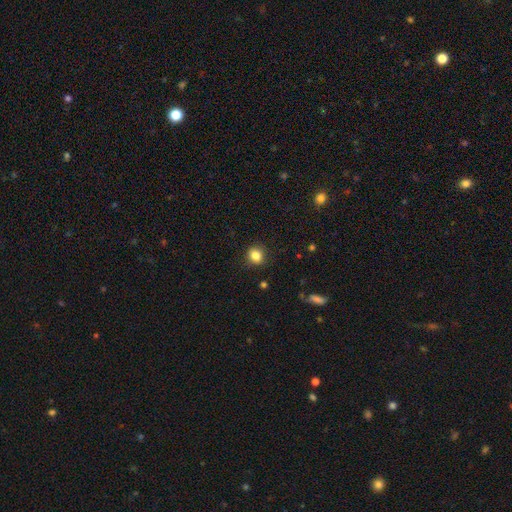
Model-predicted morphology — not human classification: Smooth or featured: smooth — 84% (star or artifact — 11%)
How rounded: round — 74% (in between — 25%)
Merging: none — 88% (minor disturbance — 9%)